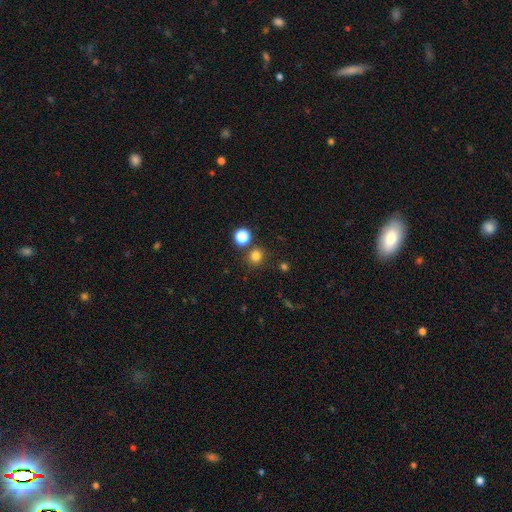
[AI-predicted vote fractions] Smooth or featured: smooth — 79% (star or artifact — 16%)
How rounded: round — 90% (in between — 10%)
Merging: none — 82% (merger — 8%)